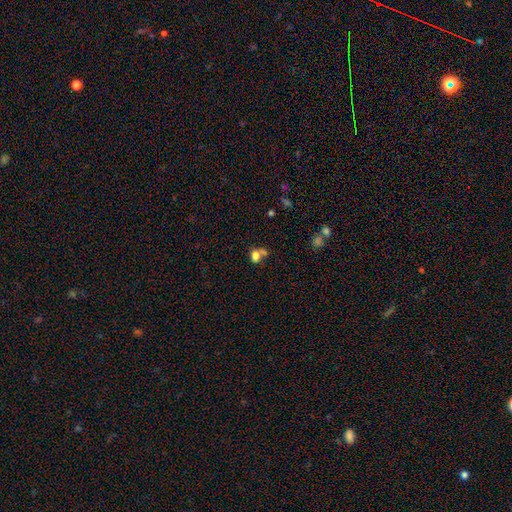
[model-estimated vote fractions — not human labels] smooth_or_featured: smooth (p=0.75) [alt: star or artifact p=0.14]
how_rounded: in between (p=0.57) [alt: round p=0.42]
merging: merger (p=0.45) [alt: none p=0.35]